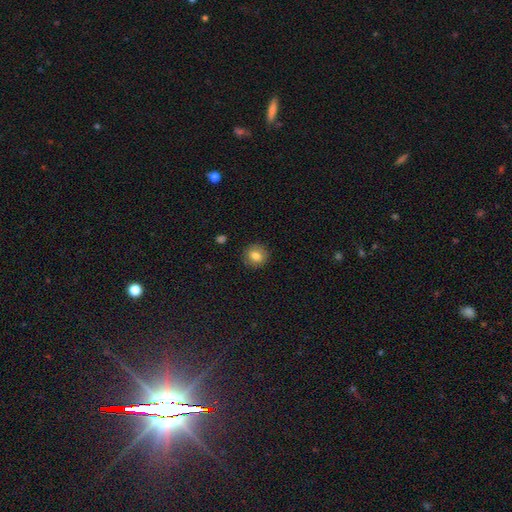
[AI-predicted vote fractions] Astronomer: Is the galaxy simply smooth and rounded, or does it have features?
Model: smooth — 78%.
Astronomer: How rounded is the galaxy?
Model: round — 84%.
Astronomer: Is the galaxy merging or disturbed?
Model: none — 88%.